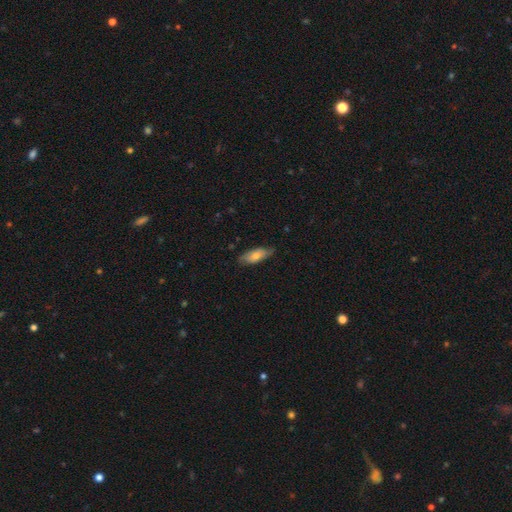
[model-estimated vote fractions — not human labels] Overall: smooth (67%; featured or disk 27%). How rounded: in between (71%). Merging: none (76%).